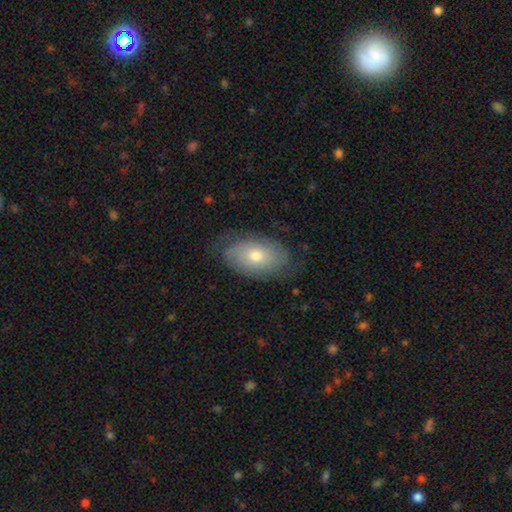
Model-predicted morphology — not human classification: Smooth or featured?
  - smooth: 54% *
  - featured or disk: 38%
  - star or artifact: 8%
How rounded?
  - in between: 89% *
  - round: 9%
  - cigar-shaped: 2%
Merging?
  - none: 72% *
  - minor disturbance: 20%
  - major disturbance: 7%
  - merger: 1%